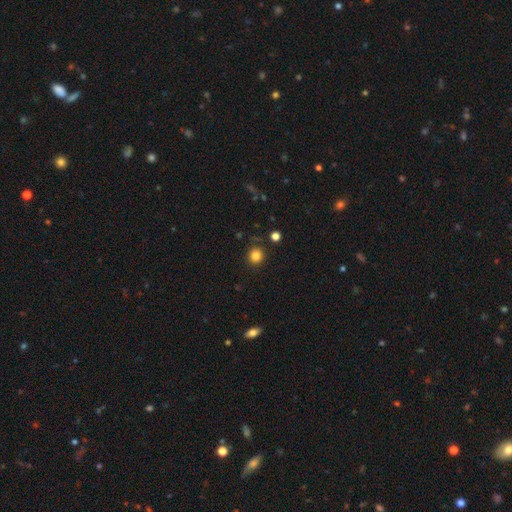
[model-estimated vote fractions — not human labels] This is clearly a smooth galaxy (84%). How rounded: clearly round (91%). Merging: clearly none (86%).